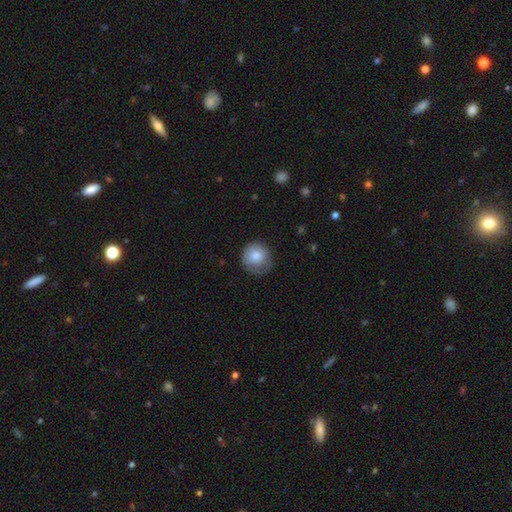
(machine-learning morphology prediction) This appears to be a smooth galaxy with no disk features (81%) that is round (89%). Merging: none (65%).